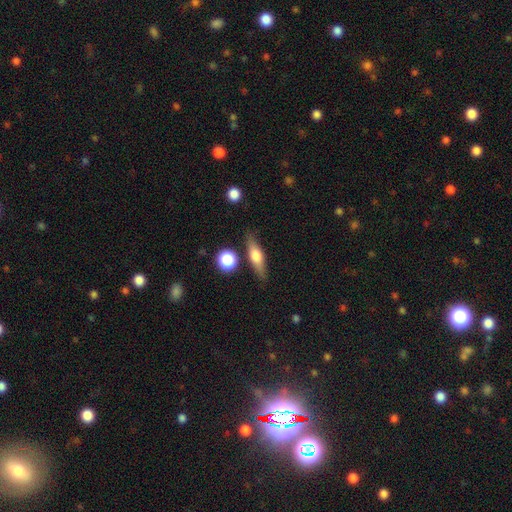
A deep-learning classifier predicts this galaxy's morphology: Smooth or featured? featured or disk (48%)
Merging? none (81%)